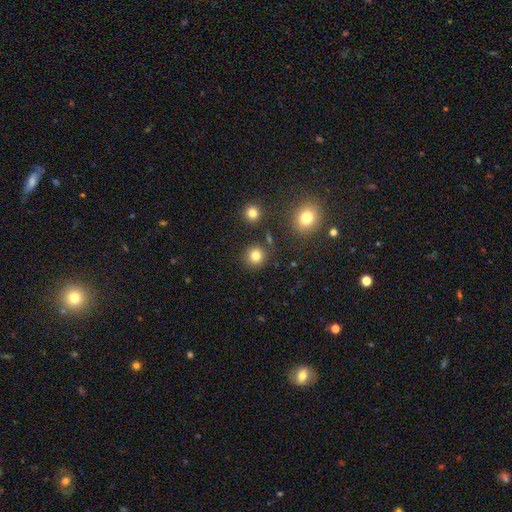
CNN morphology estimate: A smooth galaxy with no disk features (82%) that is round (92%).

Vote fractions:
- Smooth or featured? smooth: 82% / star or artifact: 13% / featured or disk: 5%
- How rounded? round: 92% / in between: 7% / cigar-shaped: 1%
- Merging? none: 86% / minor disturbance: 7% / merger: 4% / major disturbance: 3%